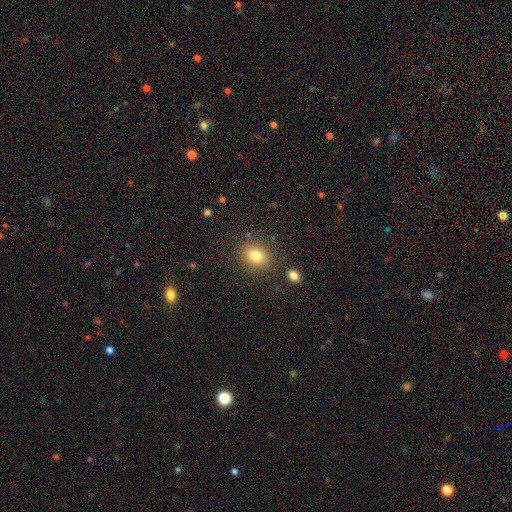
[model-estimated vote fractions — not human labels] This appears to be a smooth galaxy with no disk features (79%) that is round (60%). Merging: none (84%).